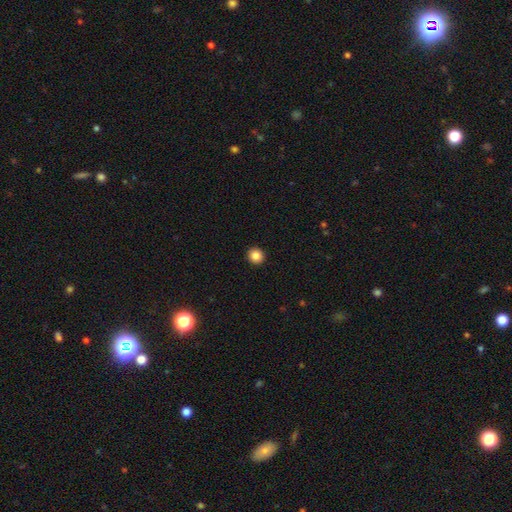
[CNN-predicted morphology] smooth_or_featured: smooth (p=0.85) [alt: star or artifact p=0.10]
how_rounded: round (p=0.93) [alt: in between p=0.06]
merging: none (p=0.94) [alt: minor disturbance p=0.04]